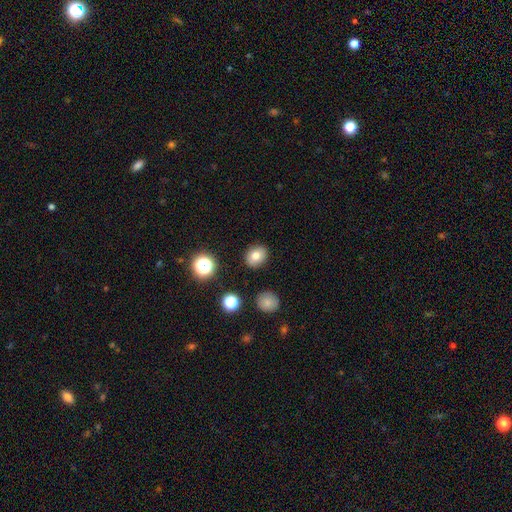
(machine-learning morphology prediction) This is likely a smooth galaxy (77%). How rounded: possibly round (55%). Merging: clearly none (88%).